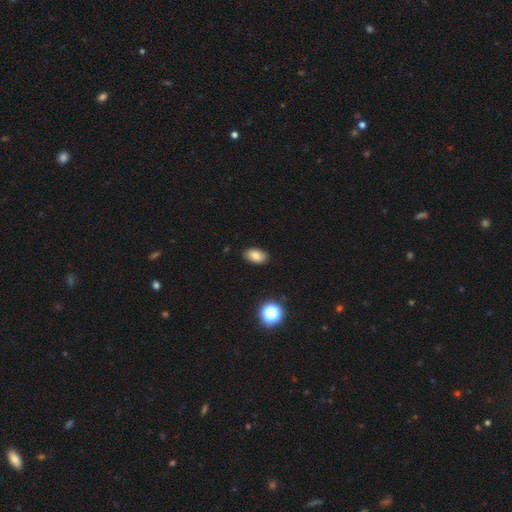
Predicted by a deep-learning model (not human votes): This appears to be a smooth galaxy with no disk features (81%) that is in between round and cigar-shaped (91%). Merging: none (89%).